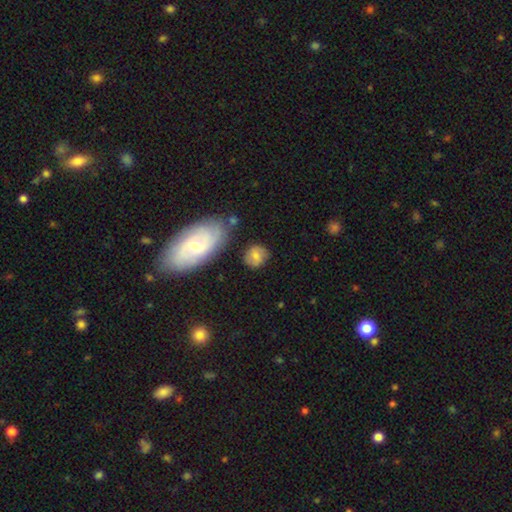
Volunteers were most divided on "smooth or featured": smooth: 63%, featured or disk: 32%, star or artifact: 5%. More confident: how rounded — round (67%); merging — none (67%).